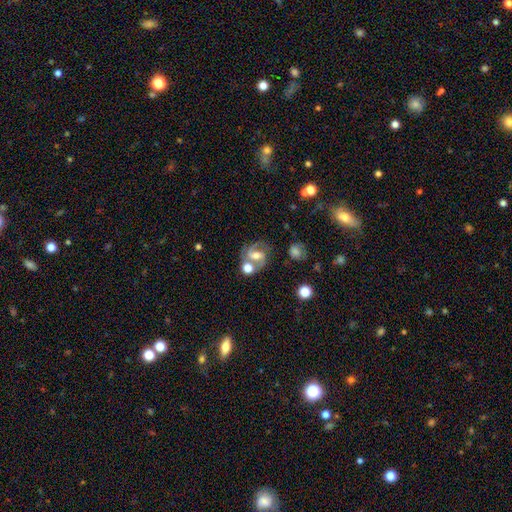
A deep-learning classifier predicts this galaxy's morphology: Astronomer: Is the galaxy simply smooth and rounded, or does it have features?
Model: featured or disk — 69%.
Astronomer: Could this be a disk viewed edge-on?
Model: no — 96%.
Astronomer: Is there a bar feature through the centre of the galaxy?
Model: weak — 42% (runner-up: strong, 35%).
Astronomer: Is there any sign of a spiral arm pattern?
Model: yes — 89%.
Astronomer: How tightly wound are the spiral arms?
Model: medium — 54%.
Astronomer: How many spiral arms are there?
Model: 2 — 86%.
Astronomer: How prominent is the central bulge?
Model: moderate — 58%.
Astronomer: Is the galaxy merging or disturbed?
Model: none — 55%.